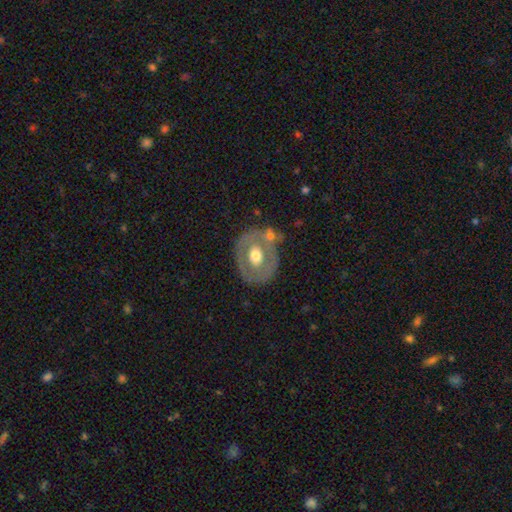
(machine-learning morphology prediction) Smooth or featured? Predicted: featured or disk (p=0.54). Edge-on disk? Predicted: no (p=0.94). Bar? Predicted: no (p=0.82). Spiral arms? Predicted: no (p=0.85). Bulge size? Predicted: moderate (p=0.67). Merging? Predicted: none (p=0.60).